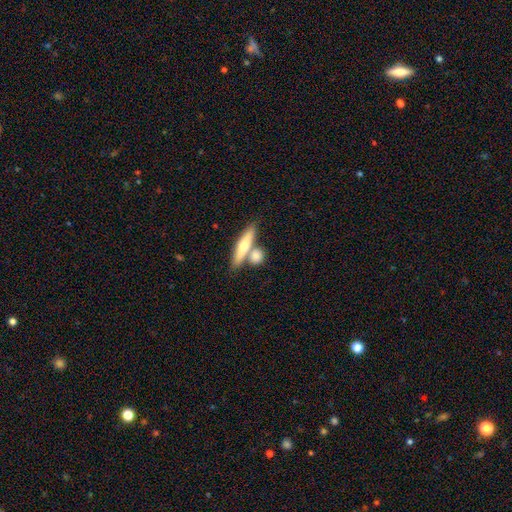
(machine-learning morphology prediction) Smooth or featured? smooth (64%)
How rounded? cigar-shaped (45%)
Merging? none (52%)